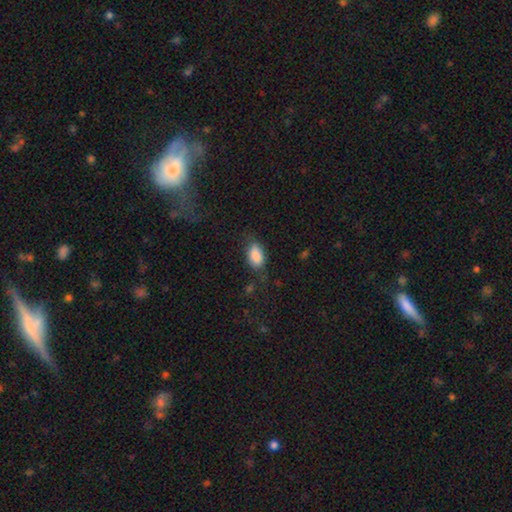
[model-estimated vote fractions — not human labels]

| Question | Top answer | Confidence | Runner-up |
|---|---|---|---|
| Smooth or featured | smooth | 86% | star or artifact (7%) |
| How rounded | in between | 92% | round (5%) |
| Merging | none | 64% | minor disturbance (24%) |